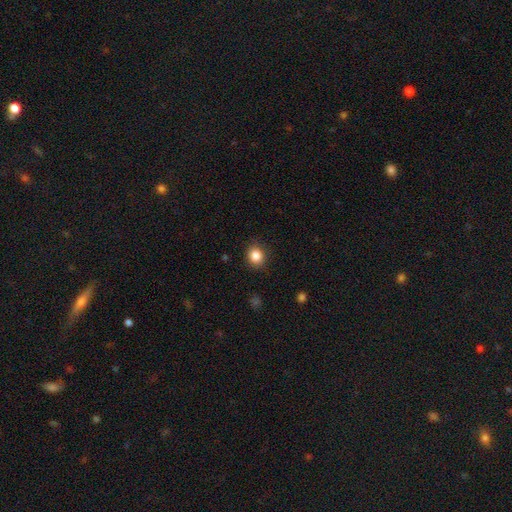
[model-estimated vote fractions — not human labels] Smooth or featured? Predicted: smooth (p=0.85). How rounded? Predicted: round (p=0.76). Merging? Predicted: none (p=0.88).